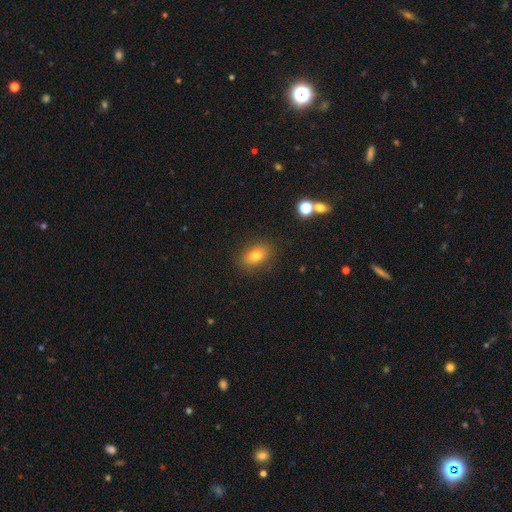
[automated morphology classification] Q: Smooth or featured?
A: smooth (77%); runner-up: featured or disk (12%)
Q: How rounded?
A: in between (78%); runner-up: round (19%)
Q: Merging?
A: none (86%); runner-up: minor disturbance (9%)